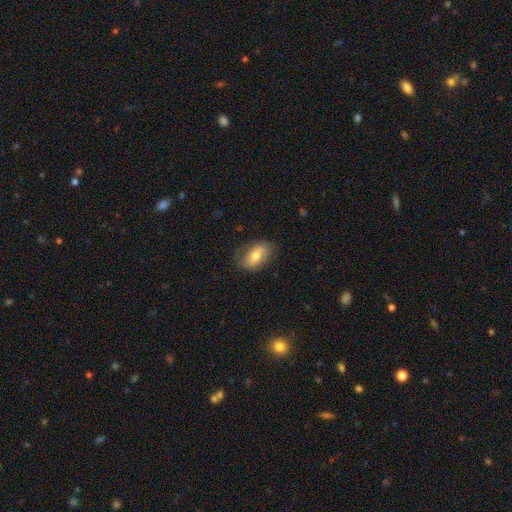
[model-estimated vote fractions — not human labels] Smooth or featured: smooth — 58% (featured or disk — 34%)
How rounded: in between — 86% (round — 11%)
Merging: none — 77% (minor disturbance — 17%)